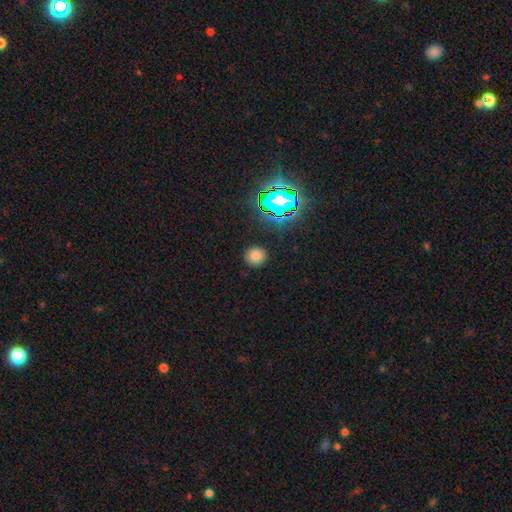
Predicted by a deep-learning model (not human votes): Smooth or featured? smooth (75%)
How rounded? round (88%)
Merging? none (89%)